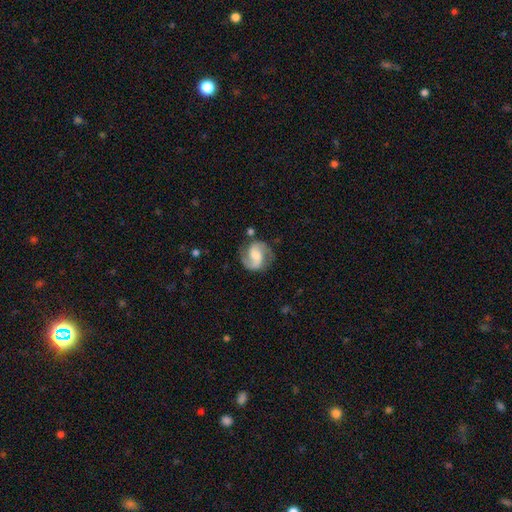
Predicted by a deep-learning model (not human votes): Smooth or featured? featured or disk (85%)
Edge-on disk? no (98%)
Bar? weak (45%)
Spiral arms? yes (97%)
Spiral winding? medium (56%)
Spiral arm count? 2 (92%)
Bulge size? moderate (40%)
Merging? none (77%)